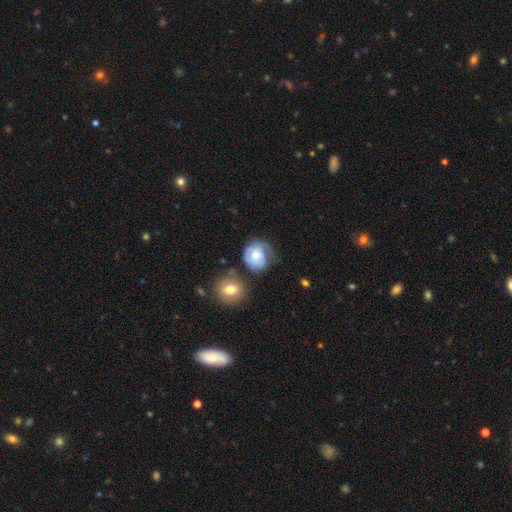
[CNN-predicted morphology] smooth 57%, featured or disk 36%, star or artifact 7%. Down the decision tree: how rounded — round (78%); merging — none (44%).